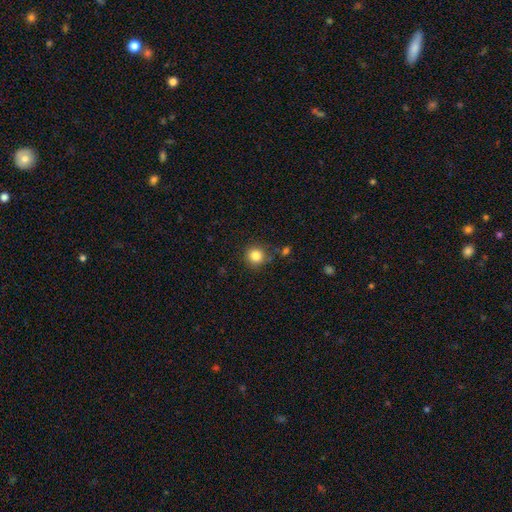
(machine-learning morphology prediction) smooth_or_featured: smooth (p=0.84) [alt: star or artifact p=0.11]
how_rounded: round (p=0.93) [alt: in between p=0.06]
merging: none (p=0.84) [alt: minor disturbance p=0.10]